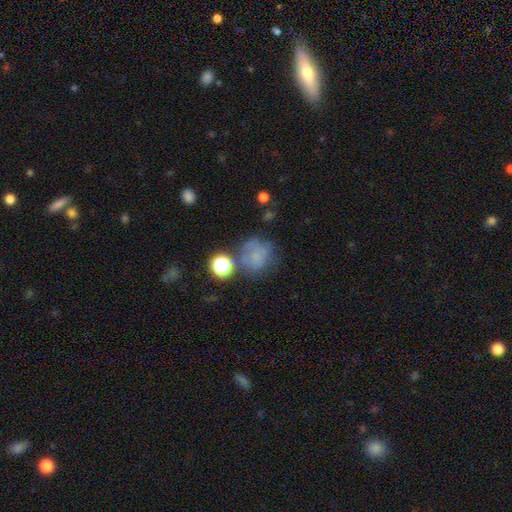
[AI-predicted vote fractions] A smooth galaxy with no disk features (63%) that is round (81%). Merging: none (53%).